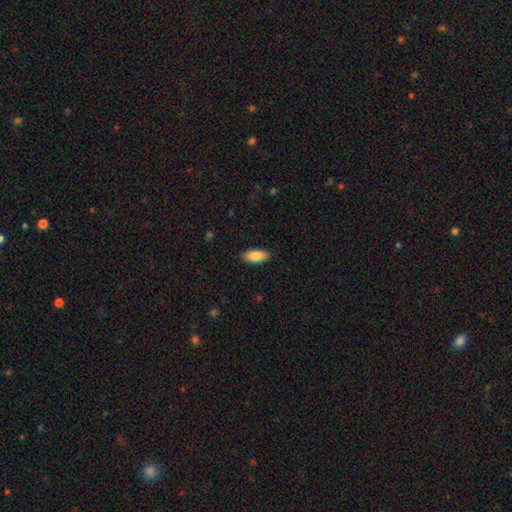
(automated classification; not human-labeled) Smooth or featured?
  - smooth: 86% *
  - featured or disk: 8%
  - star or artifact: 6%
How rounded?
  - in between: 86% *
  - cigar-shaped: 12%
  - round: 2%
Merging?
  - none: 89% *
  - minor disturbance: 8%
  - major disturbance: 2%
  - merger: 1%